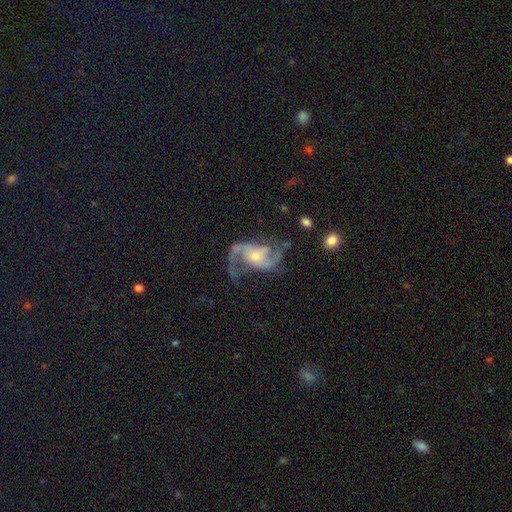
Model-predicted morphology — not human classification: Smooth or featured? featured or disk (89%)
Edge-on disk? no (97%)
Bar? no (52%)
Spiral arms? yes (96%)
Spiral winding? loose (50%)
Spiral arm count? 2 (86%)
Bulge size? small (51%)
Merging? none (61%)